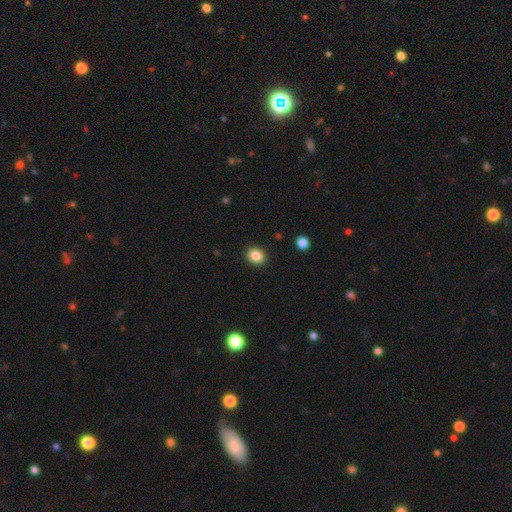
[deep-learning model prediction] Overall: smooth (86%). How rounded: round (70%). Merging: none (91%).